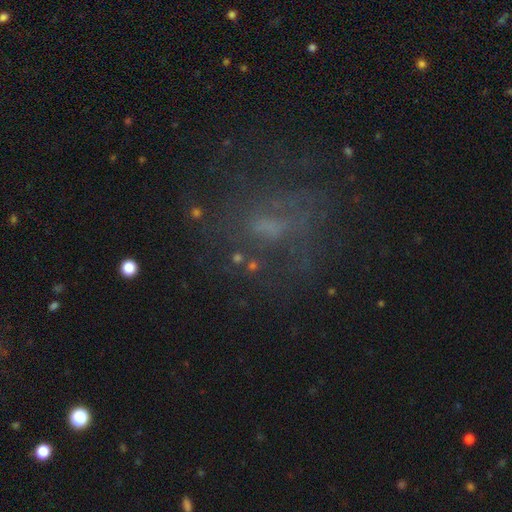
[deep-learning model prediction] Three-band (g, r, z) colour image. It shows a featured or disk galaxy (46%). Merging: none (63%).